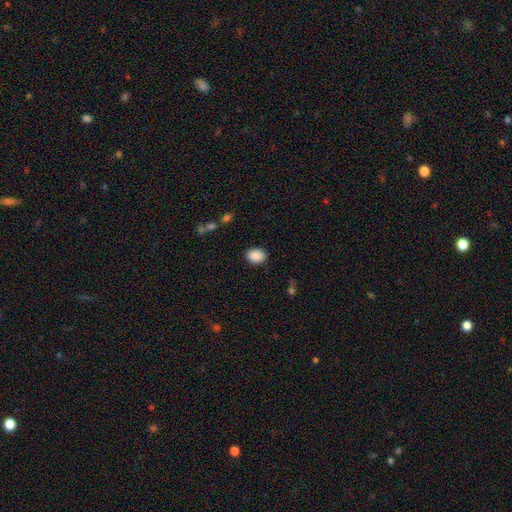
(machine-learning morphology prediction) A smooth galaxy with no disk features (90%) that is in between round and cigar-shaped (63%).

Vote fractions:
- Smooth or featured? smooth: 90% / star or artifact: 8% / featured or disk: 3%
- How rounded? in between: 63% / round: 36% / cigar-shaped: 1%
- Merging? none: 88% / minor disturbance: 8% / major disturbance: 3% / merger: 1%